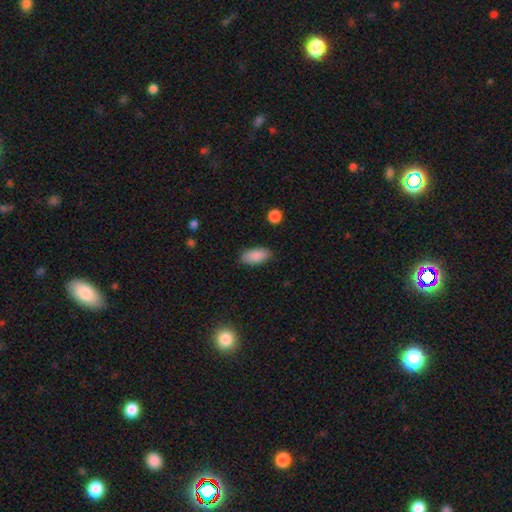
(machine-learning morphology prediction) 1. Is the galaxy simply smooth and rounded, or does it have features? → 89% smooth, 7% star or artifact, 4% featured or disk.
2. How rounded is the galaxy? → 92% in between, 6% cigar-shaped, 2% round.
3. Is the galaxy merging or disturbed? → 85% none, 11% minor disturbance, 3% major disturbance, 1% merger.